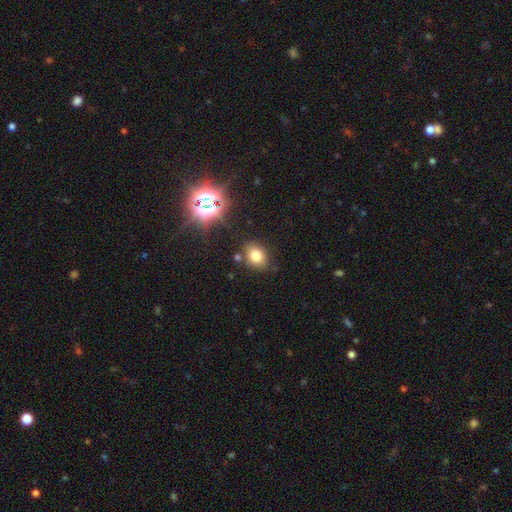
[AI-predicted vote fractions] Smooth or featured: smooth — 74% (star or artifact — 17%)
How rounded: in between — 52% (round — 47%)
Merging: none — 78% (minor disturbance — 13%)